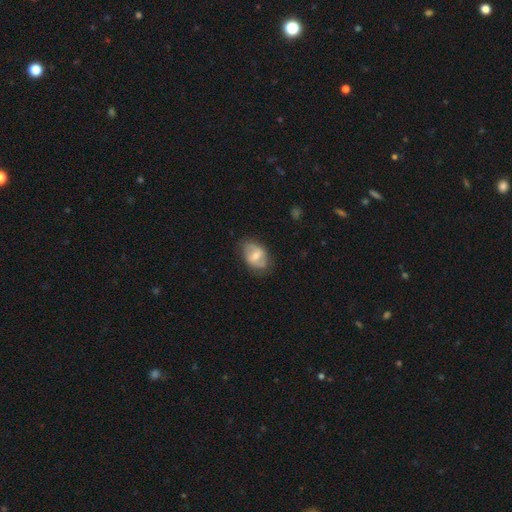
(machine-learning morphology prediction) Q: Smooth or featured?
A: featured or disk (51%); runner-up: smooth (42%)
Q: Edge-on disk?
A: no (95%); runner-up: yes (5%)
Q: Merging?
A: none (72%); runner-up: minor disturbance (20%)